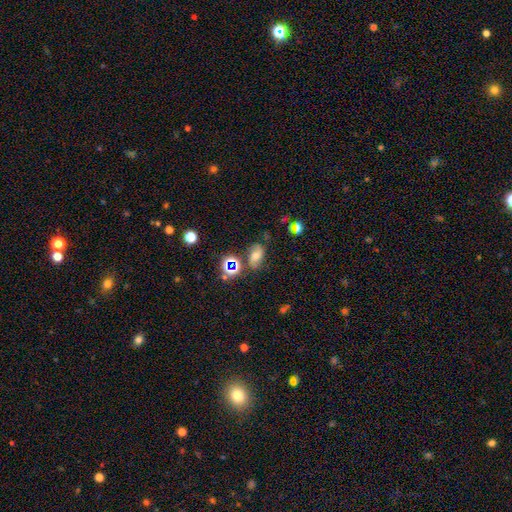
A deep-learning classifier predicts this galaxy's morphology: A smooth galaxy with no disk features (38%).

Vote fractions:
- Smooth or featured? smooth: 38% / featured or disk: 36% / star or artifact: 26%
- Merging? none: 63% / minor disturbance: 20% / major disturbance: 9% / merger: 7%